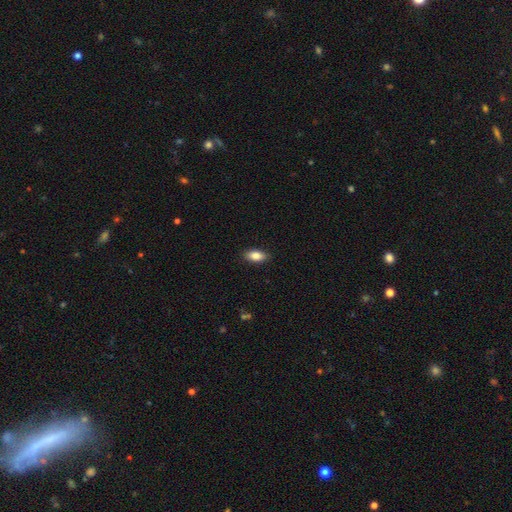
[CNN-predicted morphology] Smooth or featured?
  - smooth: 85% *
  - featured or disk: 8%
  - star or artifact: 7%
How rounded?
  - in between: 88% *
  - cigar-shaped: 8%
  - round: 4%
Merging?
  - none: 89% *
  - minor disturbance: 9%
  - major disturbance: 2%
  - merger: 1%